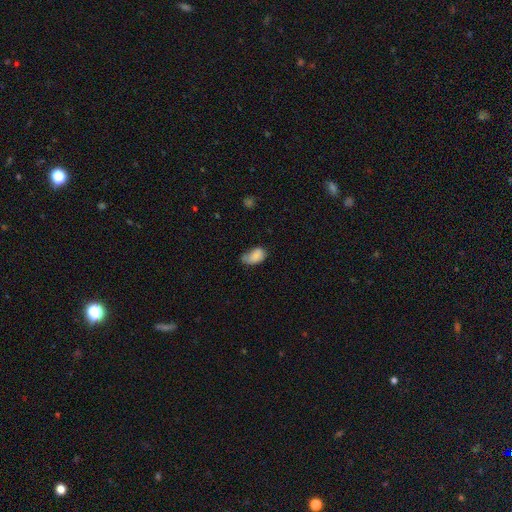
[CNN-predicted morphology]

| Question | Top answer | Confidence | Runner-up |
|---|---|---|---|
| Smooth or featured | smooth | 83% | featured or disk (9%) |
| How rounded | in between | 90% | round (9%) |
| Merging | none | 43% | minor disturbance (39%) |